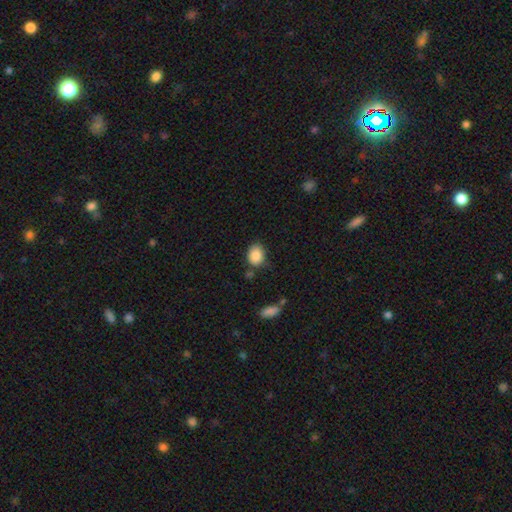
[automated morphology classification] A smooth galaxy with no disk features (88%) that is in between round and cigar-shaped (57%).

Vote fractions:
- Smooth or featured? smooth: 88% / star or artifact: 8% / featured or disk: 4%
- How rounded? in between: 57% / round: 42% / cigar-shaped: 1%
- Merging? none: 70% / minor disturbance: 20% / merger: 5% / major disturbance: 4%